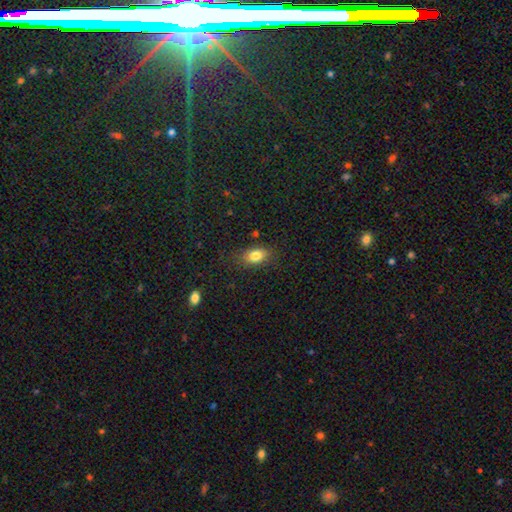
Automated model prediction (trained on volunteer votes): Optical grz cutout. It shows a smooth galaxy with no disk features (81%) that is in between round and cigar-shaped (82%). Merging: none (81%).